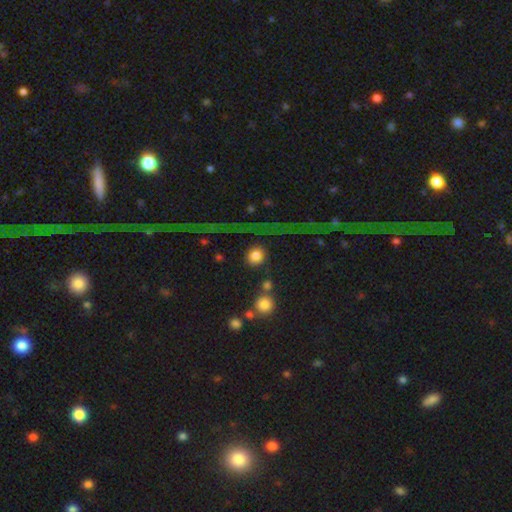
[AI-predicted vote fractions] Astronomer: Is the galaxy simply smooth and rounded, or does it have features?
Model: smooth — 80%.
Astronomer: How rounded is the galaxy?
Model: round — 90%.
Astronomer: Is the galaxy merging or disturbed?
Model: none — 78%.